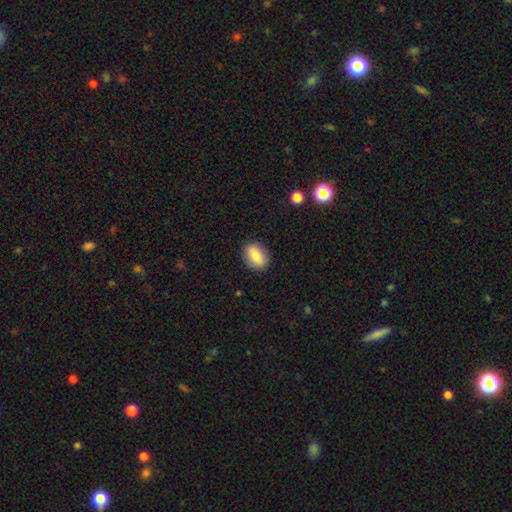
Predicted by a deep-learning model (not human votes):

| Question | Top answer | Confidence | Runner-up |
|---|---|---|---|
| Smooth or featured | smooth | 80% | featured or disk (12%) |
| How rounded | in between | 75% | round (23%) |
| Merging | none | 88% | minor disturbance (9%) |